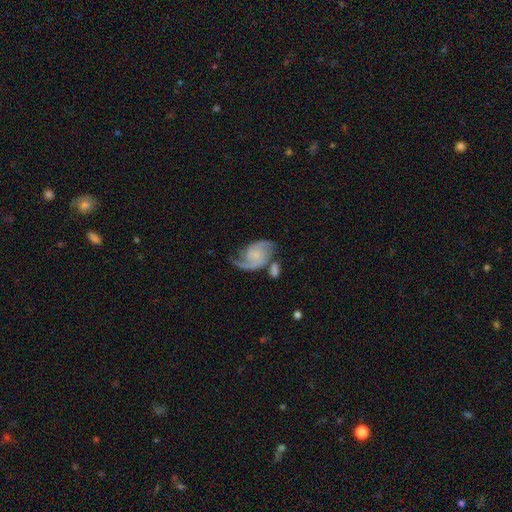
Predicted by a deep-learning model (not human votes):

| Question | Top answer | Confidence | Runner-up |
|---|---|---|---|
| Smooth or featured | featured or disk | 84% | smooth (11%) |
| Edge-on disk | no | 98% | yes (2%) |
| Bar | no | 64% | weak (30%) |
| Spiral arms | yes | 96% | no (4%) |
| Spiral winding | medium | 46% | loose (37%) |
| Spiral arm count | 2 | 86% | 1 (7%) |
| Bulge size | small | 42% | none (38%) |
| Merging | none | 50% | minor disturbance (21%) |